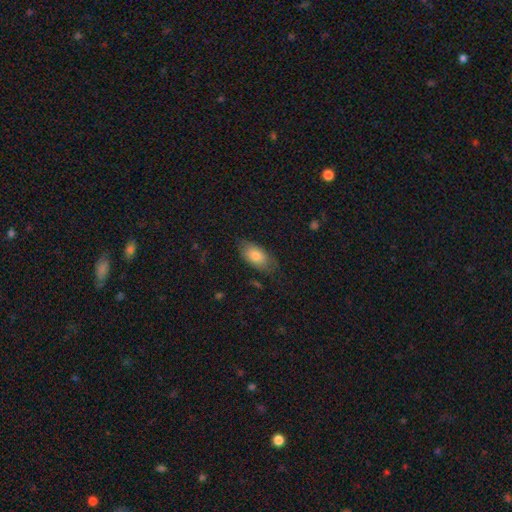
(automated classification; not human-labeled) smooth 79%, featured or disk 14%, star or artifact 6%. Down the decision tree: how rounded — in between (92%); merging — none (75%).